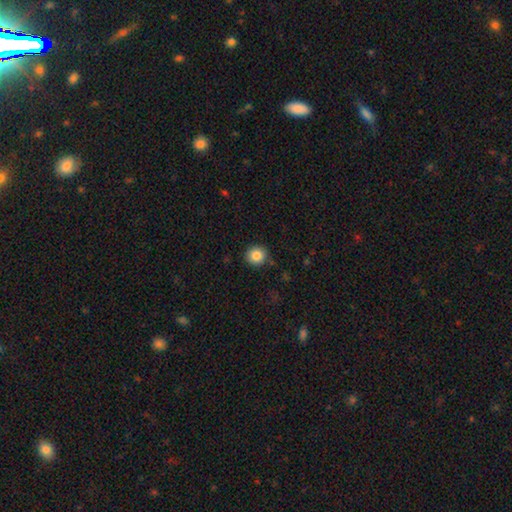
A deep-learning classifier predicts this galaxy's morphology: The model was most divided on "smooth or featured": smooth: 85%, star or artifact: 9%, featured or disk: 5%. More confident: how rounded — round (91%); merging — none (89%).